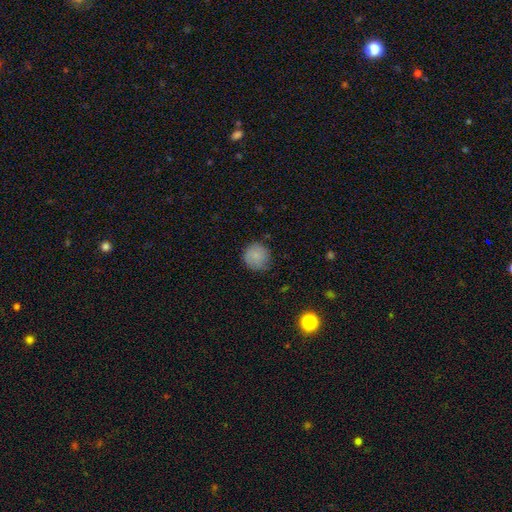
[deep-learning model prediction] A smooth galaxy with no disk features (84%) that is round (93%).

Vote fractions:
- Smooth or featured? smooth: 84% / star or artifact: 8% / featured or disk: 8%
- How rounded? round: 93% / in between: 6% / cigar-shaped: 1%
- Merging? none: 78% / minor disturbance: 17% / major disturbance: 4% / merger: 1%